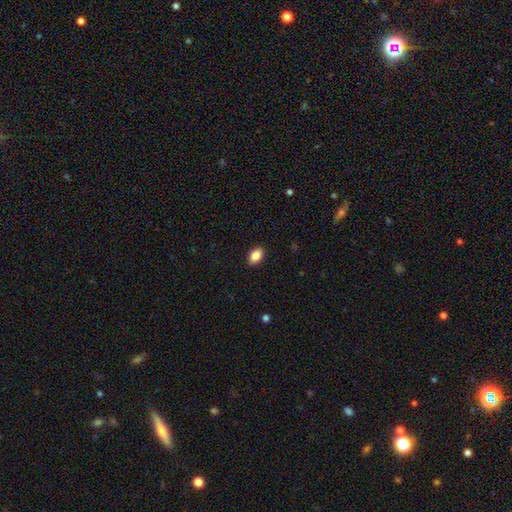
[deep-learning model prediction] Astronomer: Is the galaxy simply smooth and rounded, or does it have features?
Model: smooth — 87%.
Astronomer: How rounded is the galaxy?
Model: in between — 90%.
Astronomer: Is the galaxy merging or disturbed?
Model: none — 90%.